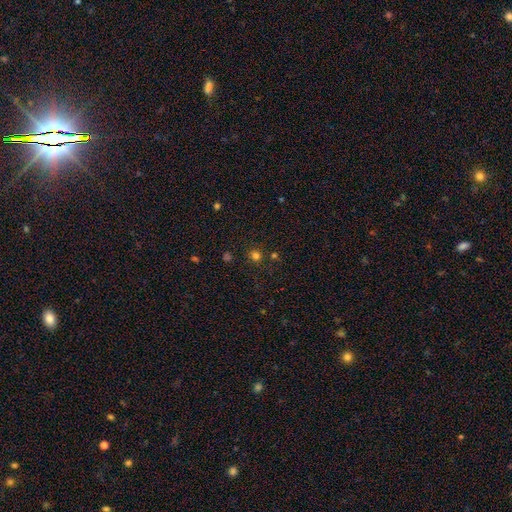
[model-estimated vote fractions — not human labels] Smooth or featured? Predicted: smooth (p=0.72). How rounded? Predicted: round (p=0.90). Merging? Predicted: none (p=0.84).